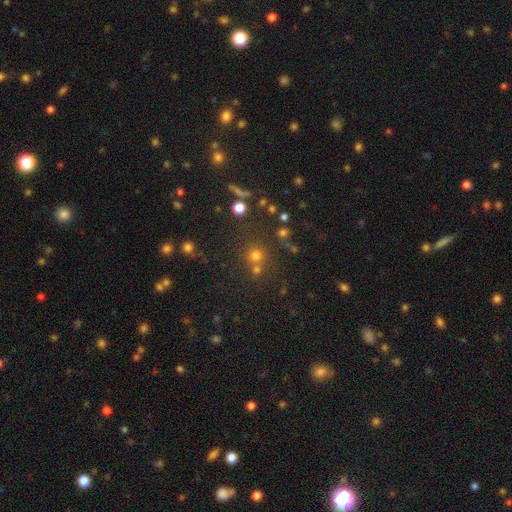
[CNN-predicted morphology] Smooth or featured?
  - smooth: 60% *
  - star or artifact: 30%
  - featured or disk: 10%
How rounded?
  - round: 90% *
  - in between: 9%
  - cigar-shaped: 1%
Merging?
  - none: 66% *
  - merger: 22%
  - minor disturbance: 8%
  - major disturbance: 4%